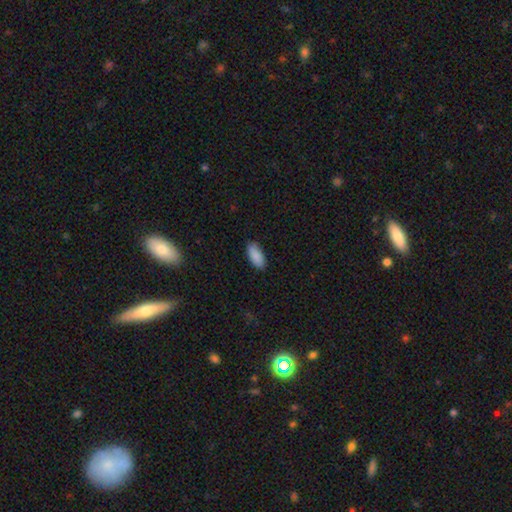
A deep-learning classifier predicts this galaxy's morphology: smooth_or_featured: smooth (p=0.89) [alt: star or artifact p=0.06]
how_rounded: in between (p=0.88) [alt: cigar-shaped p=0.11]
merging: none (p=0.86) [alt: minor disturbance p=0.11]